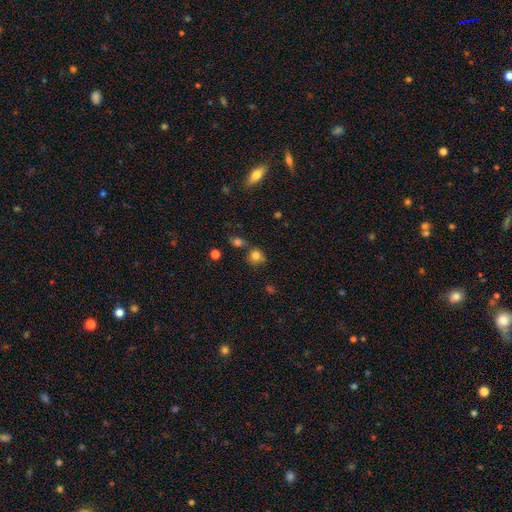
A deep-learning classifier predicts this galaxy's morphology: Smooth or featured: smooth — 80% (star or artifact — 13%)
How rounded: round — 84% (in between — 15%)
Merging: none — 62% (merger — 19%)